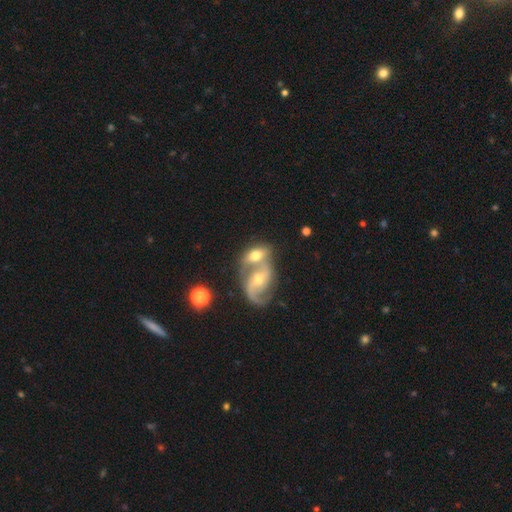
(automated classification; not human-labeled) smooth_or_featured: featured or disk (p=0.62) [alt: smooth p=0.30]
disk_edge_on: no (p=0.94) [alt: yes p=0.06]
bar: no (p=0.46) [alt: weak p=0.39]
has_spiral_arms: yes (p=0.83) [alt: no p=0.17]
bulge_size: moderate (p=0.60) [alt: small p=0.29]
merging: merger (p=0.67) [alt: none p=0.21]